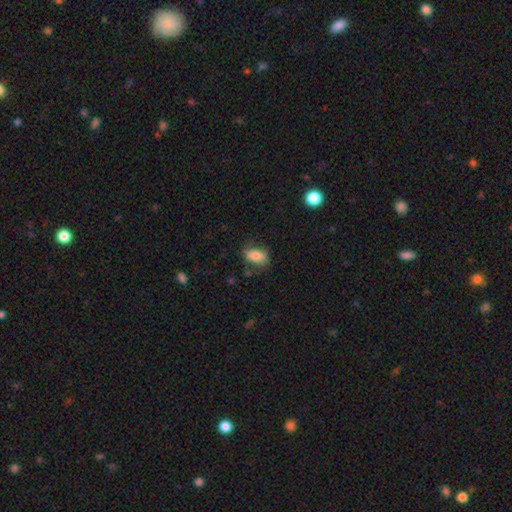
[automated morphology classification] smooth_or_featured: smooth (p=0.75) [alt: featured or disk p=0.17]
how_rounded: in between (p=0.88) [alt: round p=0.09]
merging: none (p=0.64) [alt: minor disturbance p=0.25]